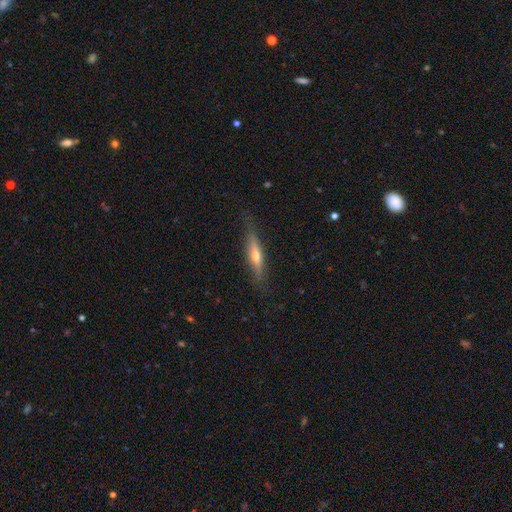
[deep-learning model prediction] Smooth or featured? featured or disk (55%)
Edge-on disk? yes (93%)
Edge-on bulge? rounded (82%)
Merging? none (81%)